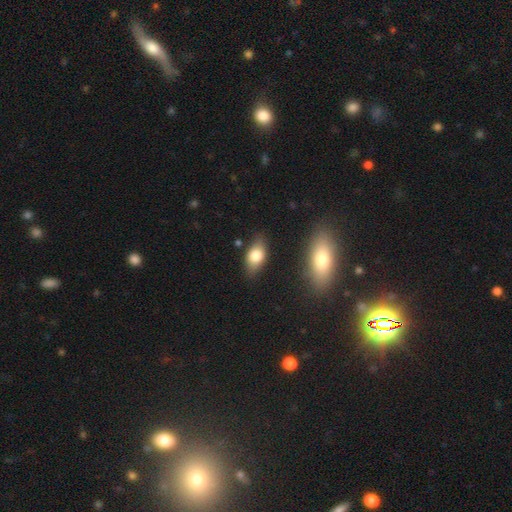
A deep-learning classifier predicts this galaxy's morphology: A smooth galaxy with no disk features (76%) that is in between round and cigar-shaped (87%). Merging: none (79%).